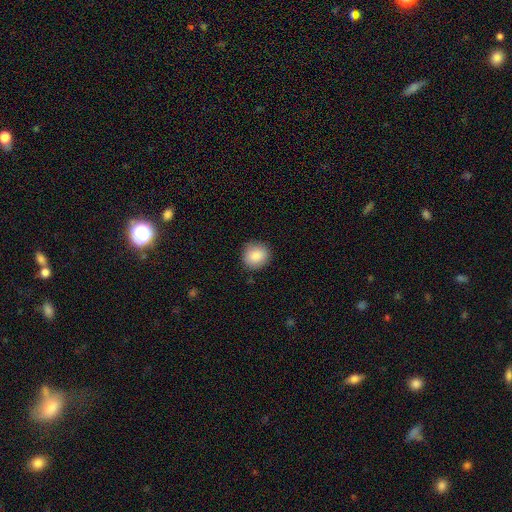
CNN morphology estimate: Smooth or featured? Predicted: smooth (p=0.87). How rounded? Predicted: round (p=0.88). Merging? Predicted: none (p=0.88).